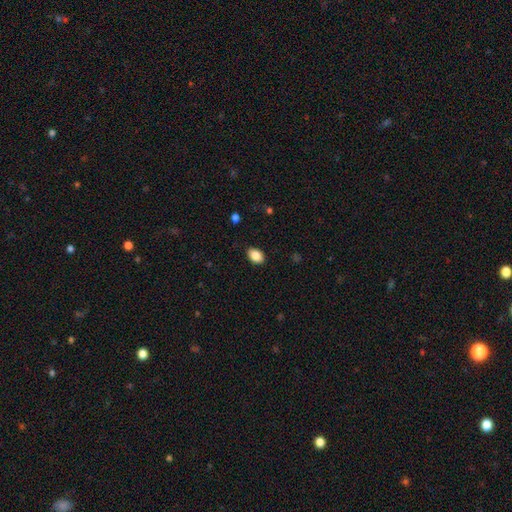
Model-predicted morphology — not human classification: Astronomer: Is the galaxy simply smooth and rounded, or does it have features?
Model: smooth — 88%.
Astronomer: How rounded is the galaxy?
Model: in between — 83%.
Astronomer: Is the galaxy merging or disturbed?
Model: none — 87%.